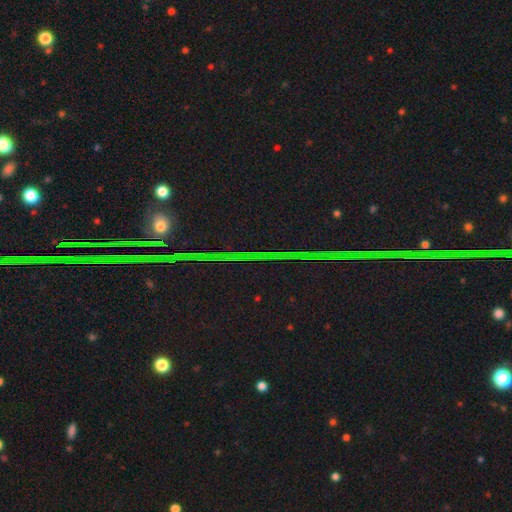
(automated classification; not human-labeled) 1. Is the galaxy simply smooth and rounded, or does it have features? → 86% star or artifact, 8% featured or disk, 6% smooth.